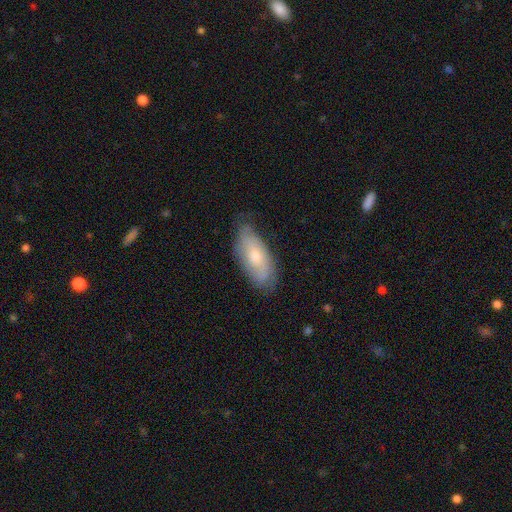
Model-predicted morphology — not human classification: Overall: smooth (54%; featured or disk 40%). How rounded: in between (85%). Merging: none (69%).